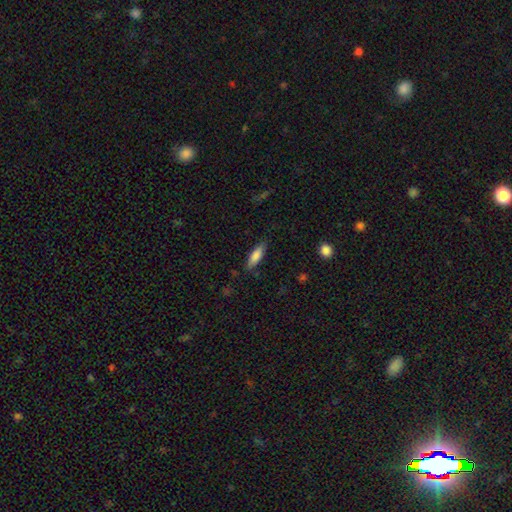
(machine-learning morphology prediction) A smooth galaxy with no disk features (81%) that is cigar-shaped (52%). Merging: none (83%).